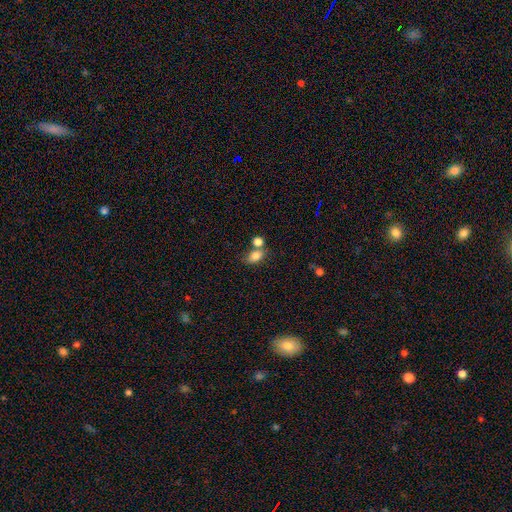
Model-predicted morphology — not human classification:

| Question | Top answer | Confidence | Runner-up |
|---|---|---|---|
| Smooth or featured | smooth | 80% | star or artifact (10%) |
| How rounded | in between | 76% | round (22%) |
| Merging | none | 48% | merger (33%) |